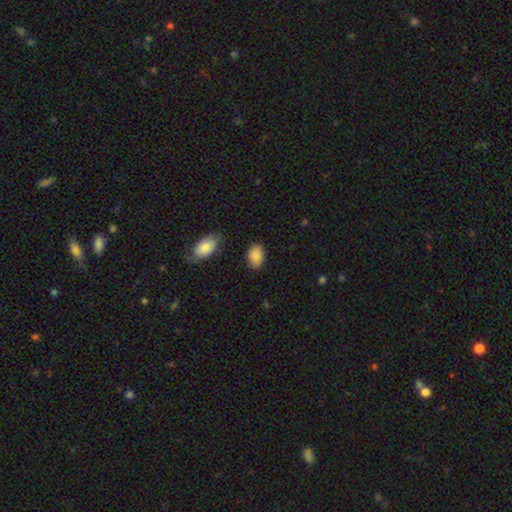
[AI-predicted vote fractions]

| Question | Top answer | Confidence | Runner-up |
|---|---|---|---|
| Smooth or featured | smooth | 88% | star or artifact (7%) |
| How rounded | in between | 87% | round (11%) |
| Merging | none | 80% | minor disturbance (14%) |